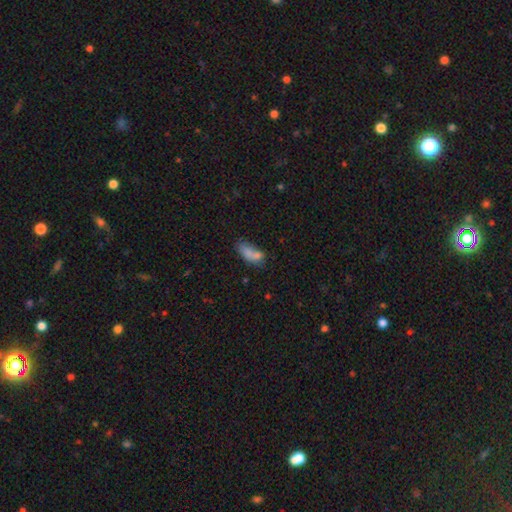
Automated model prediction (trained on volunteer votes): Smooth or featured? Predicted: smooth (p=0.75). How rounded? Predicted: in between (p=0.82). Merging? Predicted: none (p=0.36).